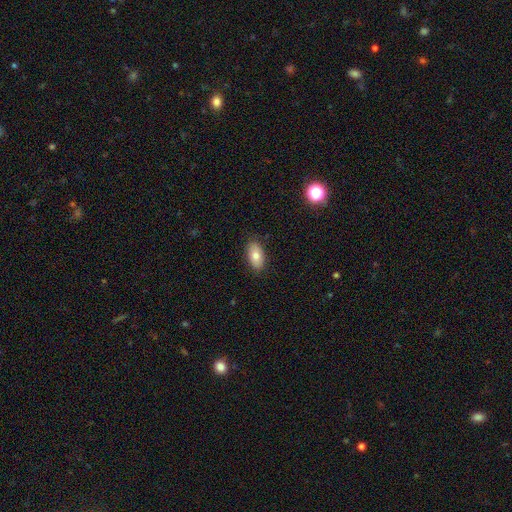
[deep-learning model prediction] Smooth or featured? Predicted: smooth (p=0.76). How rounded? Predicted: in between (p=0.93). Merging? Predicted: none (p=0.86).